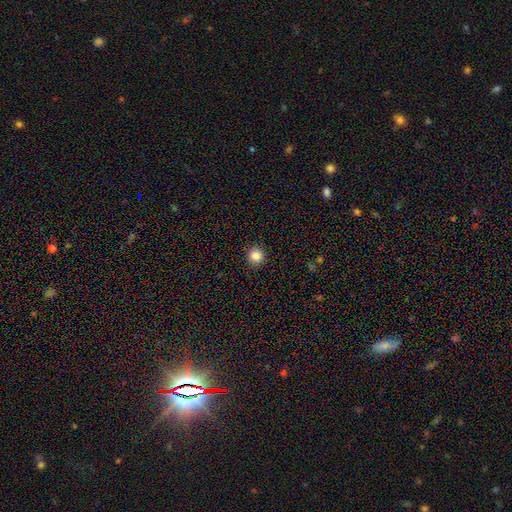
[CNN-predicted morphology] The model was most divided on "smooth or featured": smooth: 84%, star or artifact: 11%, featured or disk: 5%. More confident: how rounded — round (93%); merging — none (92%).